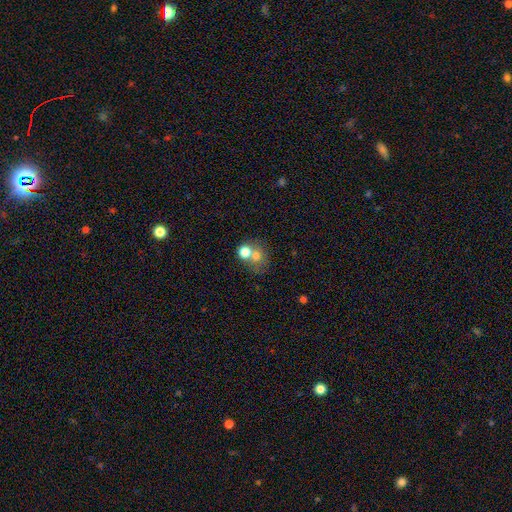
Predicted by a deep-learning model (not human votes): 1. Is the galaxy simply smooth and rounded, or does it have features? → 69% smooth, 19% featured or disk, 12% star or artifact.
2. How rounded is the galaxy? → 72% round, 27% in between, 1% cigar-shaped.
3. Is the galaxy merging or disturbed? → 54% merger, 34% none, 7% minor disturbance, 5% major disturbance.